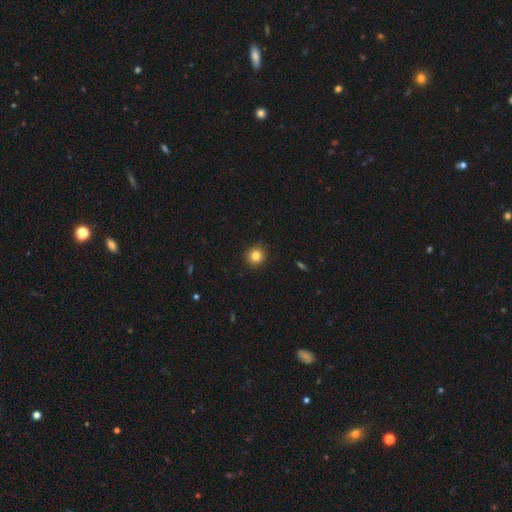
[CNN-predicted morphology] Smooth or featured? Predicted: smooth (p=0.83). How rounded? Predicted: round (p=0.92). Merging? Predicted: none (p=0.92).